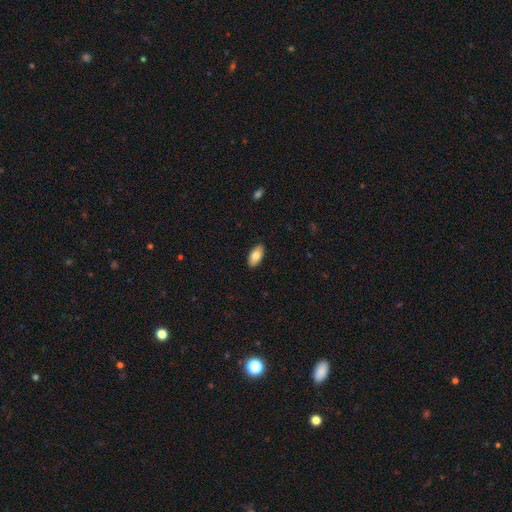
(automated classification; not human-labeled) A smooth galaxy with no disk features (82%) that is in between round and cigar-shaped (94%).

Vote fractions:
- Smooth or featured? smooth: 82% / featured or disk: 11% / star or artifact: 6%
- How rounded? in between: 94% / cigar-shaped: 4% / round: 2%
- Merging? none: 89% / minor disturbance: 8% / major disturbance: 2% / merger: 1%